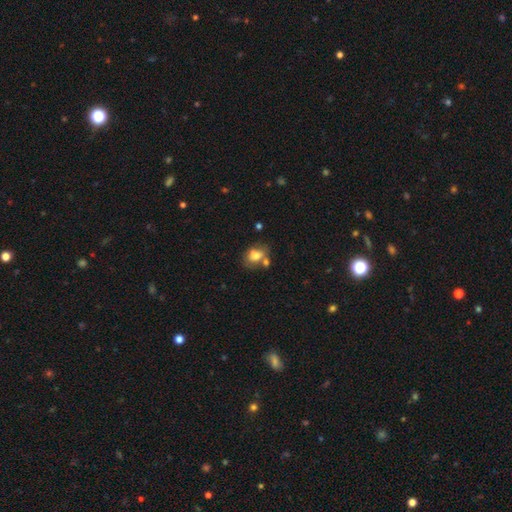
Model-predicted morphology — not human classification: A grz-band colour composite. It shows a smooth galaxy with no disk features (69%) that is in between round and cigar-shaped (64%). Merging: none (41%).